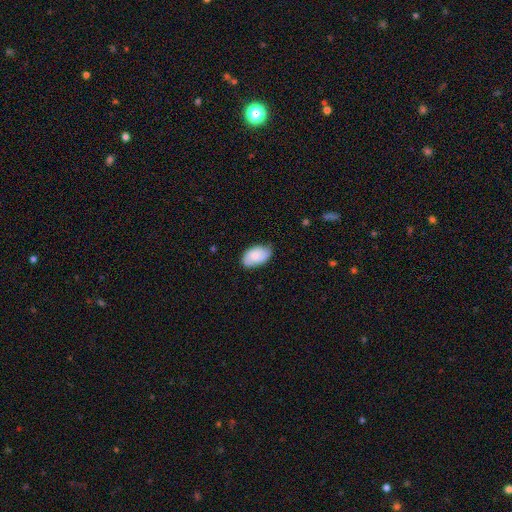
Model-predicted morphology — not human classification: This is likely a smooth galaxy (74%). How rounded: clearly in between (94%). Merging: likely none (70%).